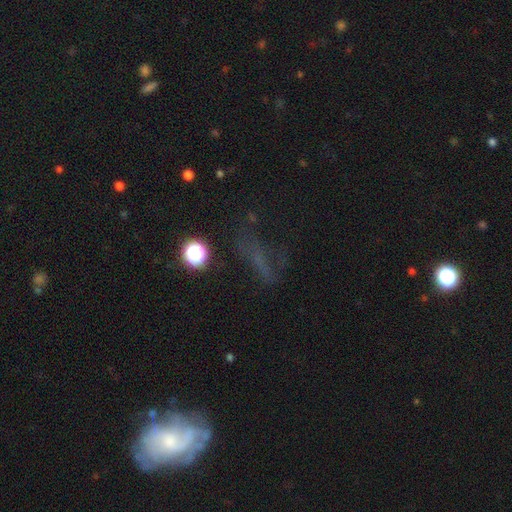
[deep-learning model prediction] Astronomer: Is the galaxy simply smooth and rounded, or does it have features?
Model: star or artifact — 40% (runner-up: featured or disk, 33%).